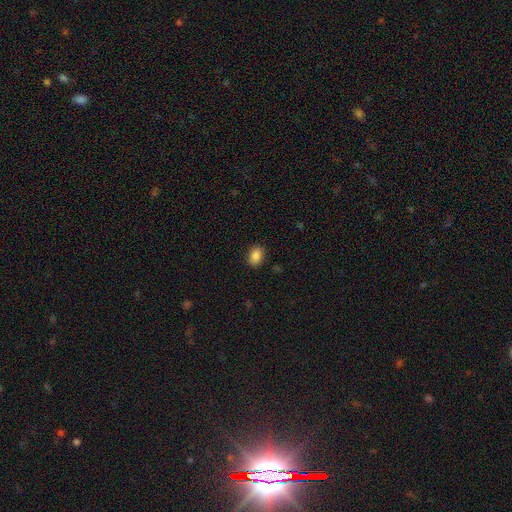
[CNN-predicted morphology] Smooth or featured: smooth — 86% (star or artifact — 9%)
How rounded: in between — 75% (round — 24%)
Merging: none — 88% (minor disturbance — 9%)